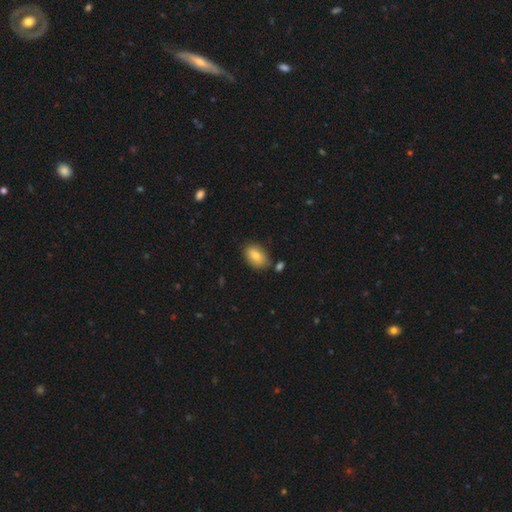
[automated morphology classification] Smooth or featured?
  - smooth: 80% *
  - featured or disk: 13%
  - star or artifact: 7%
How rounded?
  - in between: 90% *
  - round: 9%
  - cigar-shaped: 2%
Merging?
  - none: 79% *
  - minor disturbance: 13%
  - merger: 6%
  - major disturbance: 3%